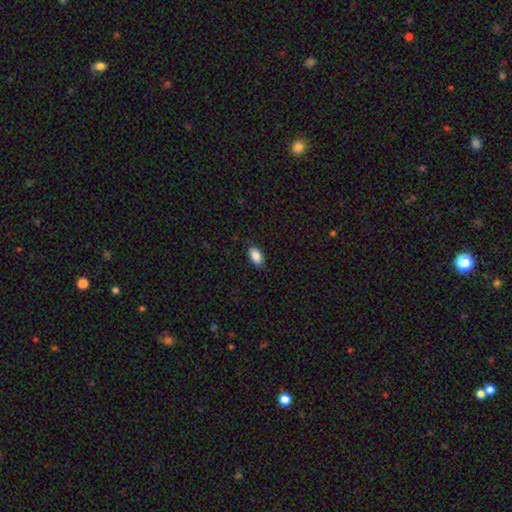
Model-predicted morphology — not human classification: smooth 87%, star or artifact 7%, featured or disk 5%. Down the decision tree: how rounded — in between (93%); merging — none (84%).